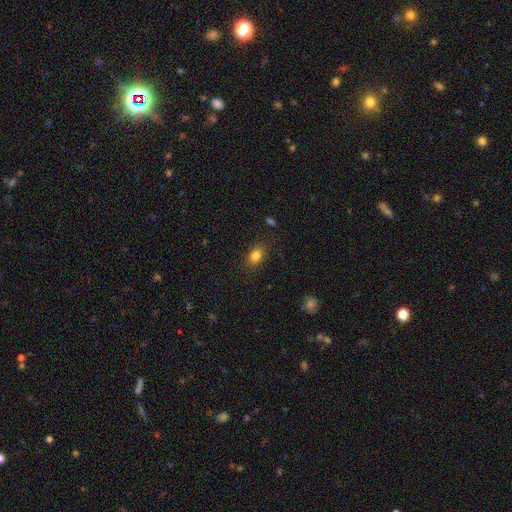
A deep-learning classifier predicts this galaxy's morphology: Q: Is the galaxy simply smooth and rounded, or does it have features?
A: smooth — 83%.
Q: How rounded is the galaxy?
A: in between — 80%.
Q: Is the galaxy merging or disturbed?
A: none — 84%.